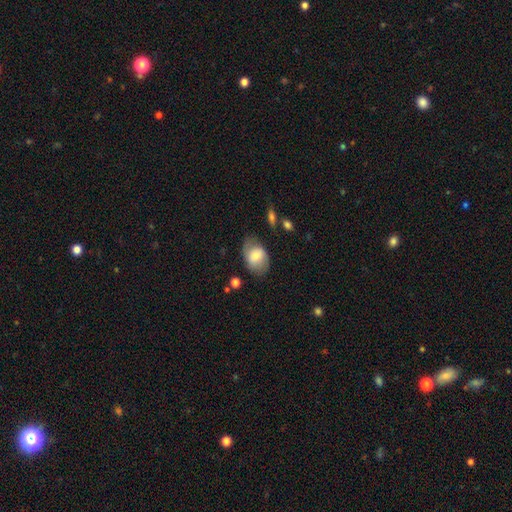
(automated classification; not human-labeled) This appears to be a smooth galaxy with no disk features (69%) that is in between round and cigar-shaped (81%). Merging: none (66%).